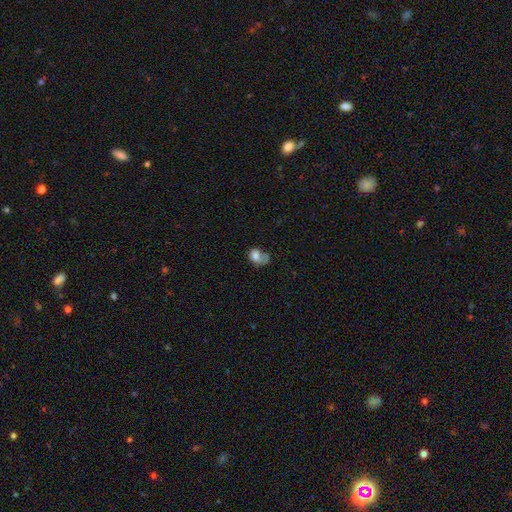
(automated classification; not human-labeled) smooth-or-featured: smooth: 70% | featured or disk: 20% | star or artifact: 10%
  how-rounded: in between: 67% | round: 32% | cigar-shaped: 1%
  merging: major disturbance: 34% | minor disturbance: 28% | none: 25% | merger: 13%